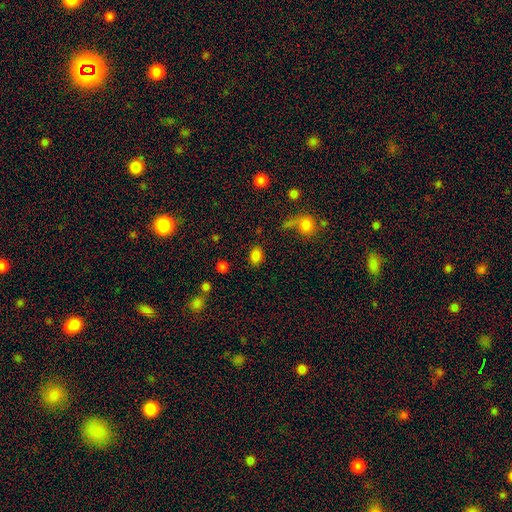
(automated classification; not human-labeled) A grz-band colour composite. It shows a smooth galaxy with no disk features (83%) that is in between round and cigar-shaped (77%). Merging: none (81%).